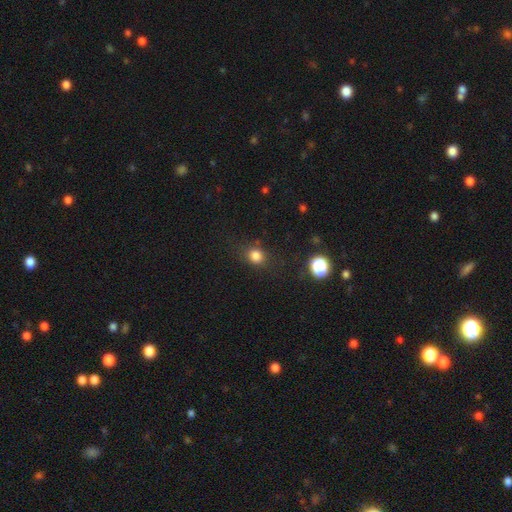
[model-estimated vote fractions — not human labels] Smooth or featured?
  - smooth: 81% *
  - star or artifact: 14%
  - featured or disk: 5%
How rounded?
  - round: 74% *
  - in between: 25%
  - cigar-shaped: 1%
Merging?
  - none: 81% *
  - minor disturbance: 12%
  - major disturbance: 5%
  - merger: 2%